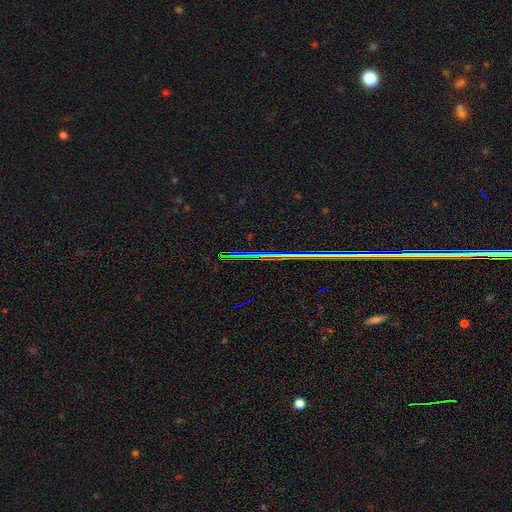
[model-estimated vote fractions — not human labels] Smooth or featured? star or artifact (82%)